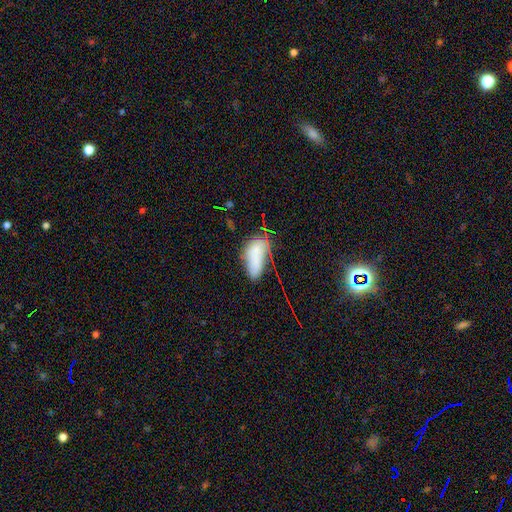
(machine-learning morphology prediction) type=smooth (75%); roundness=in between (83%); merging=none (44%).